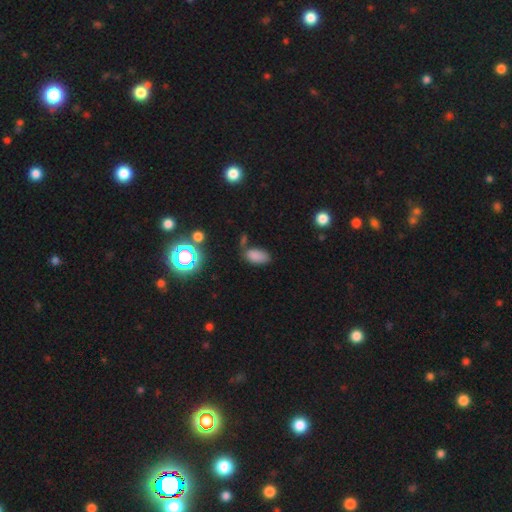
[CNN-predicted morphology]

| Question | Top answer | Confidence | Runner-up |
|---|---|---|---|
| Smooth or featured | smooth | 76% | star or artifact (17%) |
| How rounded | in between | 92% | round (5%) |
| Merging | none | 62% | minor disturbance (20%) |